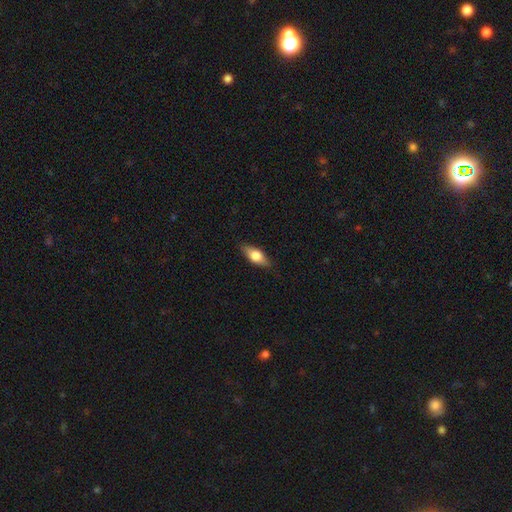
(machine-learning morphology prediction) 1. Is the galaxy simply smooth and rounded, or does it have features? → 59% smooth, 34% featured or disk, 7% star or artifact.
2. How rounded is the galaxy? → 76% in between, 19% cigar-shaped, 5% round.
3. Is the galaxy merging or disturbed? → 85% none, 11% minor disturbance, 2% major disturbance, 1% merger.